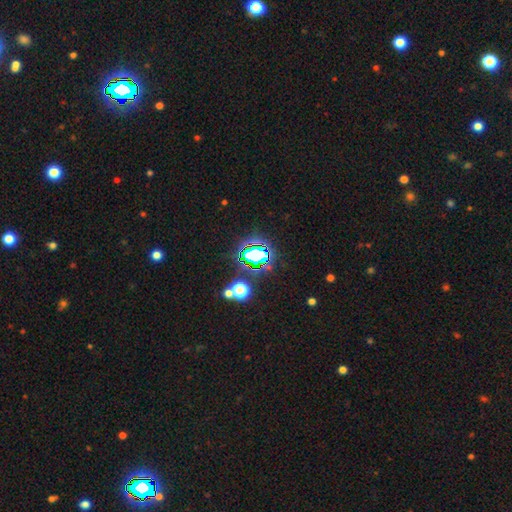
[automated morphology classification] A star or artifact, not a galaxy (67%).